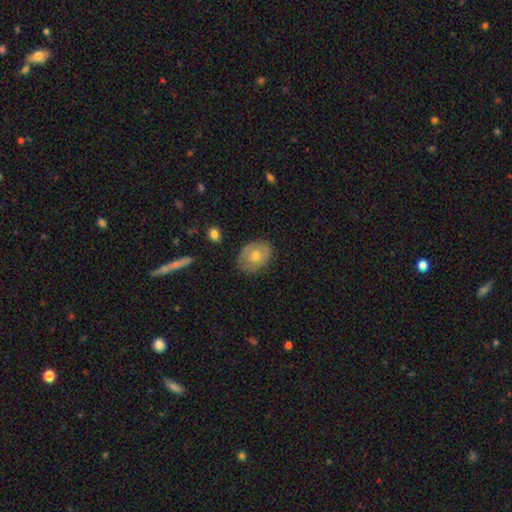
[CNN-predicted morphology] A smooth galaxy with no disk features (60%) that is in between round and cigar-shaped (59%).

Vote fractions:
- Smooth or featured? smooth: 60% / featured or disk: 32% / star or artifact: 8%
- How rounded? in between: 59% / round: 39% / cigar-shaped: 1%
- Merging? none: 82% / minor disturbance: 13% / major disturbance: 3% / merger: 1%